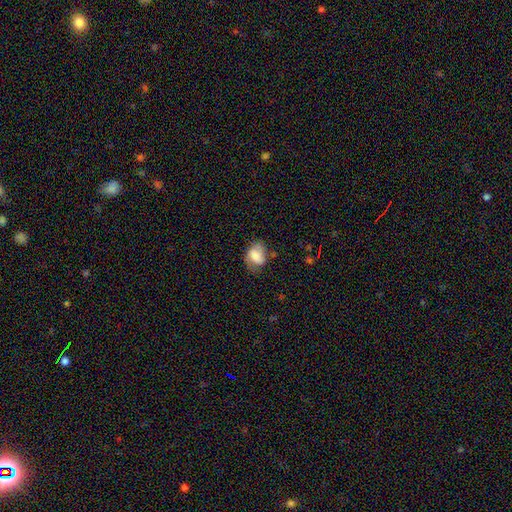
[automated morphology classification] Smooth or featured: smooth — 55% (featured or disk — 37%)
How rounded: in between — 69% (round — 29%)
Merging: none — 56% (minor disturbance — 30%)